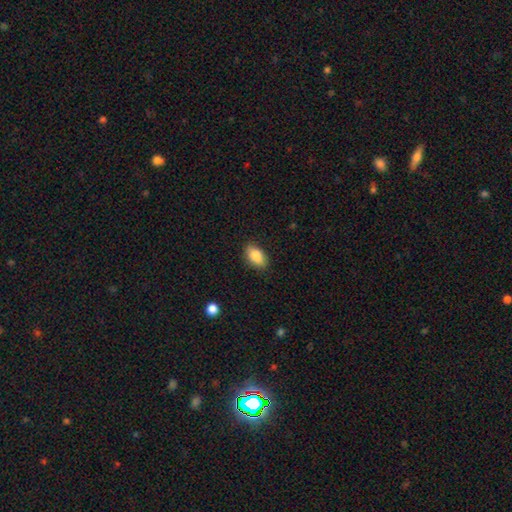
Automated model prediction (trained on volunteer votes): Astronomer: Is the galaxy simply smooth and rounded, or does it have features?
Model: smooth — 86%.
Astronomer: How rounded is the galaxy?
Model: in between — 91%.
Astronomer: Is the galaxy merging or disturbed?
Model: none — 86%.